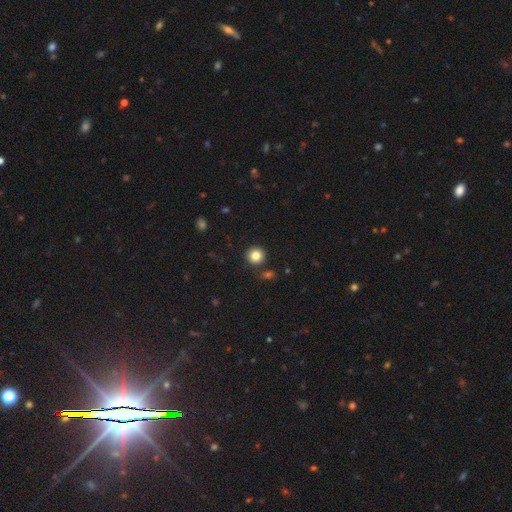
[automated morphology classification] A smooth galaxy with no disk features (83%) that is round (93%).

Vote fractions:
- Smooth or featured? smooth: 83% / star or artifact: 11% / featured or disk: 6%
- How rounded? round: 93% / in between: 6% / cigar-shaped: 1%
- Merging? none: 87% / minor disturbance: 7% / merger: 5% / major disturbance: 2%